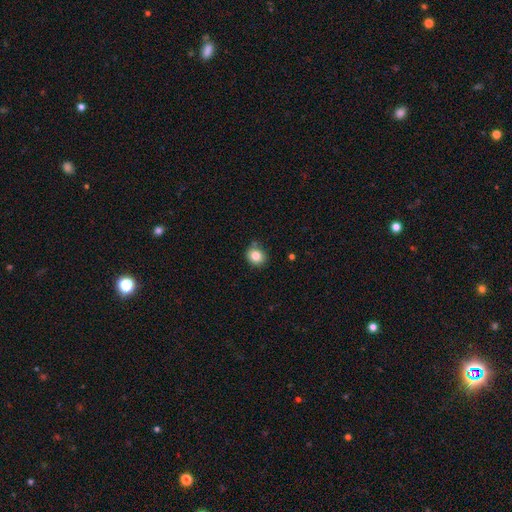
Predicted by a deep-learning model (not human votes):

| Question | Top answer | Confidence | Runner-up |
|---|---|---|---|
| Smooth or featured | smooth | 82% | star or artifact (11%) |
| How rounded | round | 76% | in between (23%) |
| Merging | none | 81% | minor disturbance (12%) |